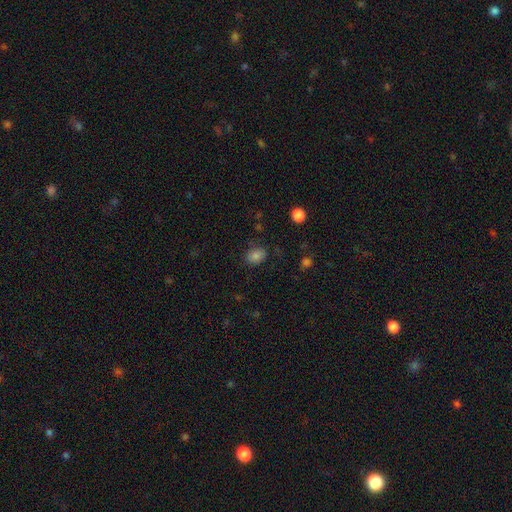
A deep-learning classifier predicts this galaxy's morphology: type=smooth (82%); roundness=in between (71%); merging=none (78%).